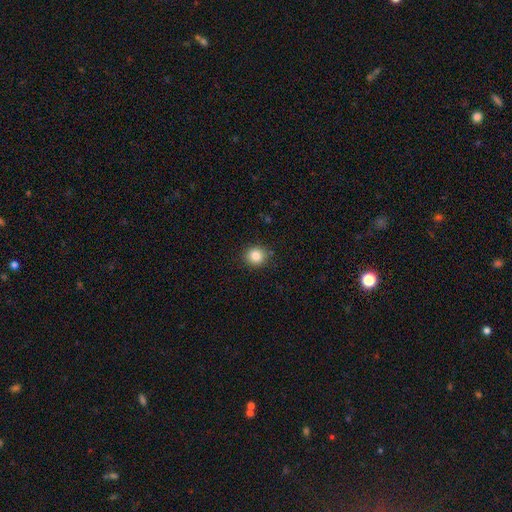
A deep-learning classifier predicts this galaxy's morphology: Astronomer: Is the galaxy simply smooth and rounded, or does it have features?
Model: smooth — 85%.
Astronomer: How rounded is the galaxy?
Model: round — 88%.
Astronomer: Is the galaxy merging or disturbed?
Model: none — 89%.